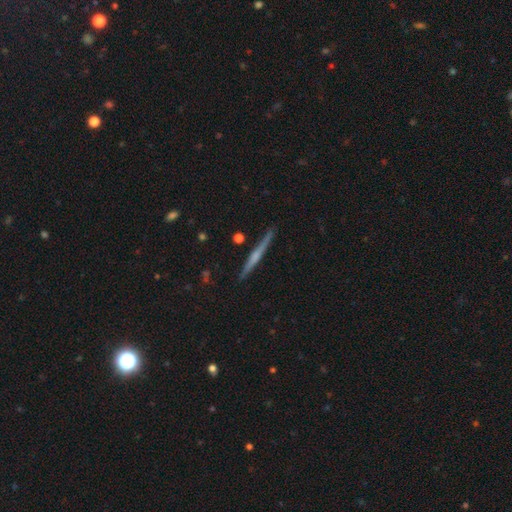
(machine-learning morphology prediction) smooth_or_featured: featured or disk (p=0.67) [alt: smooth p=0.27]
disk_edge_on: yes (p=0.98) [alt: no p=0.02]
edge_on_bulge: rounded (p=0.54) [alt: none p=0.34]
merging: none (p=0.90) [alt: minor disturbance p=0.07]